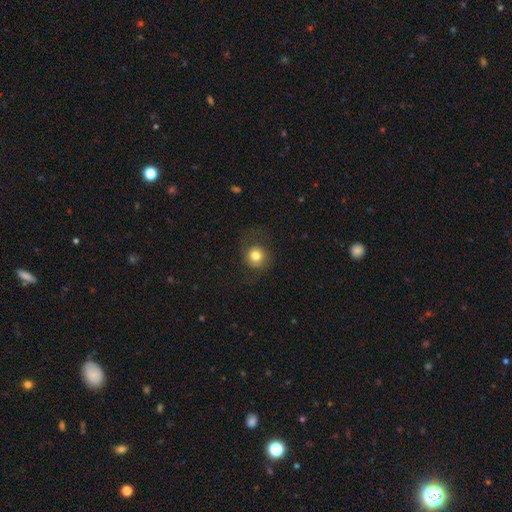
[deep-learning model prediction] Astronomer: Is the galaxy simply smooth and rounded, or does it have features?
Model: smooth — 77%.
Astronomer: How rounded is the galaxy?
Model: round — 89%.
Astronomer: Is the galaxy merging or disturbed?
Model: none — 72%.